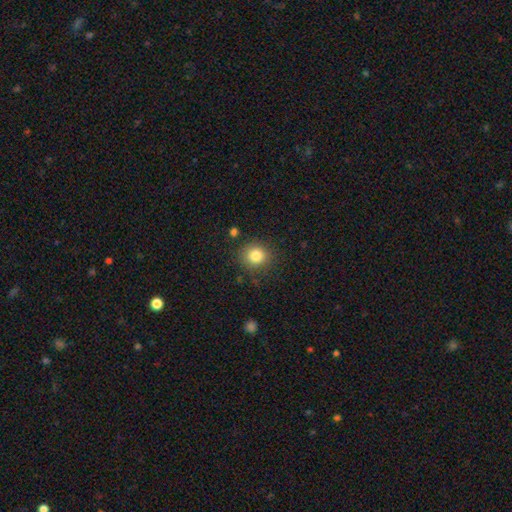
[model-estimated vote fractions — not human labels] Smooth or featured? Predicted: smooth (p=0.82). How rounded? Predicted: round (p=0.83). Merging? Predicted: none (p=0.85).